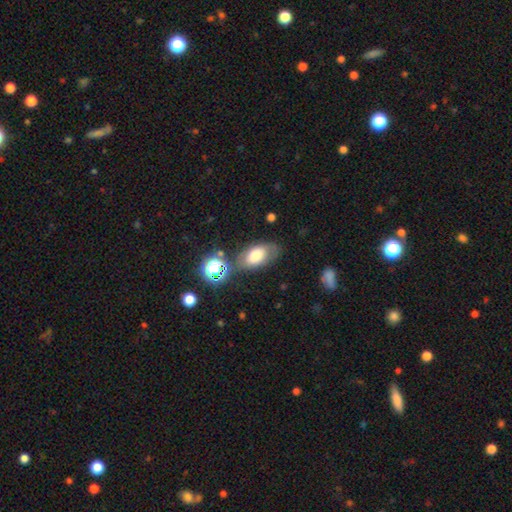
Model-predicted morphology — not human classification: Smooth or featured? Predicted: smooth (p=0.67). How rounded? Predicted: in between (p=0.90). Merging? Predicted: none (p=0.64).